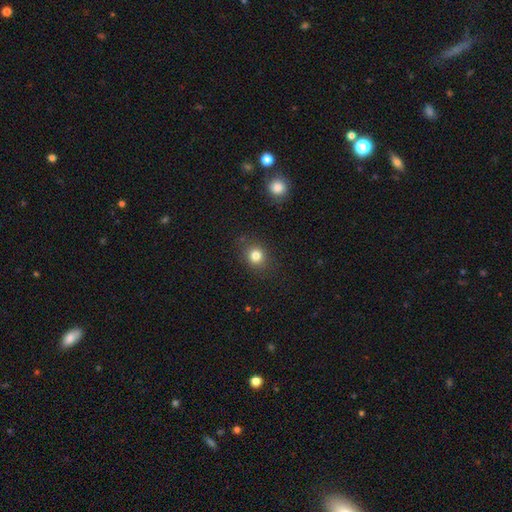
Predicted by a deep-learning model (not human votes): Morphology: type=smooth (81%); roundness=round (74%); merging=none (83%).